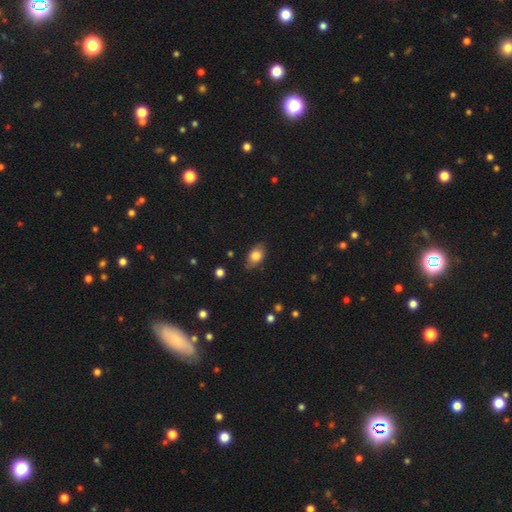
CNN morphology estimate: A smooth galaxy with no disk features (81%) that is in between round and cigar-shaped (85%).

Vote fractions:
- Smooth or featured? smooth: 81% / featured or disk: 11% / star or artifact: 8%
- How rounded? in between: 85% / round: 13% / cigar-shaped: 2%
- Merging? none: 79% / minor disturbance: 16% / major disturbance: 3% / merger: 1%